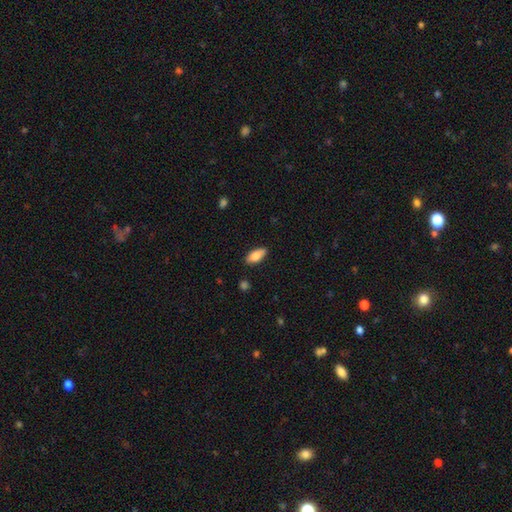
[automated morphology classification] type=smooth (80%); roundness=in between (86%); merging=none (85%).